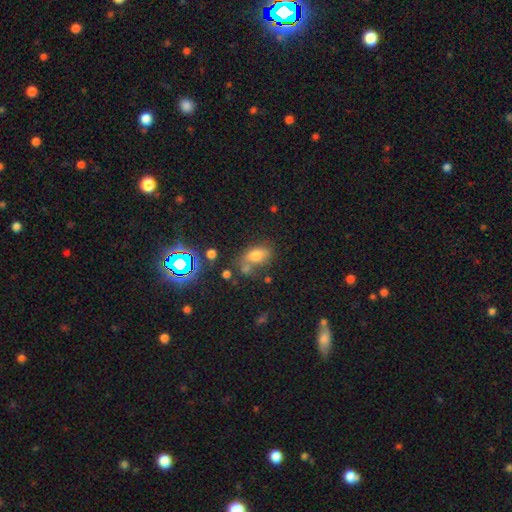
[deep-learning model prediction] Smooth or featured? Predicted: smooth (p=0.65). How rounded? Predicted: in between (p=0.81). Merging? Predicted: none (p=0.56).